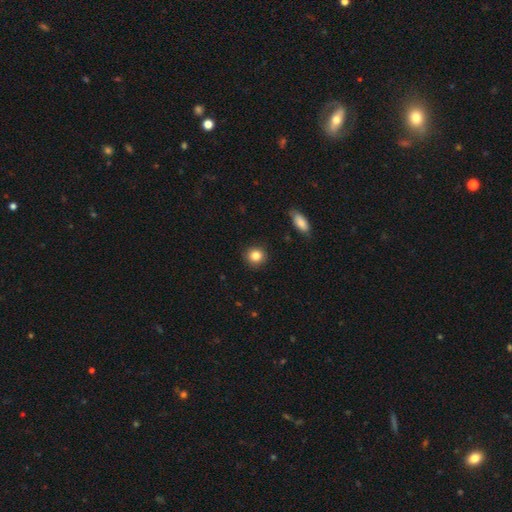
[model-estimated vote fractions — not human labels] smooth 84%, star or artifact 10%, featured or disk 6%. Down the decision tree: how rounded — round (88%); merging — none (90%).